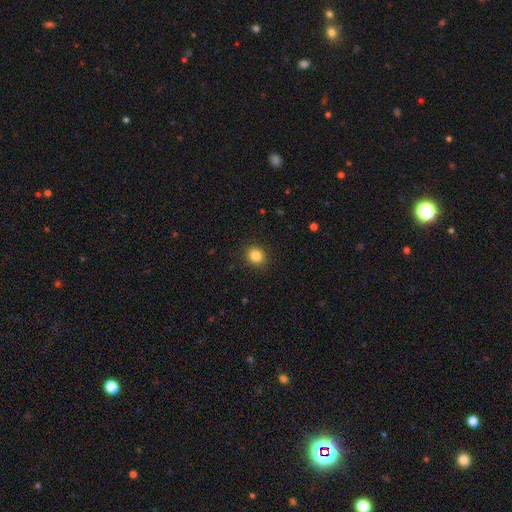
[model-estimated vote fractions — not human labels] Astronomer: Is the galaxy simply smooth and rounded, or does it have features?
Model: smooth — 85%.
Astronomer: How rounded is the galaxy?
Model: round — 82%.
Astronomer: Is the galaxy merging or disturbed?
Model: none — 90%.